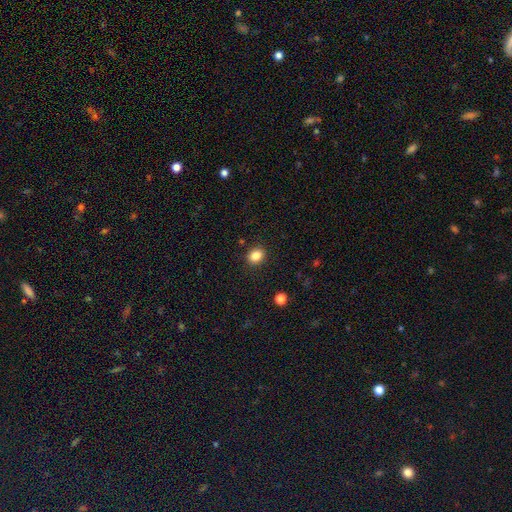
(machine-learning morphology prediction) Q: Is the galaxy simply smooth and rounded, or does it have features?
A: smooth — 84%.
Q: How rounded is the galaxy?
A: round — 52%.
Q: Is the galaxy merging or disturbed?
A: none — 90%.